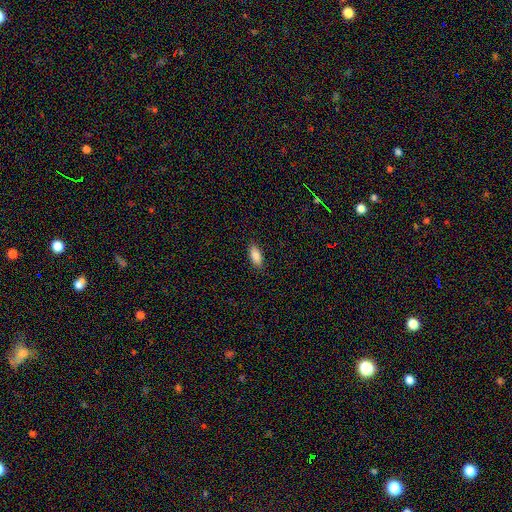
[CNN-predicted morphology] Smooth or featured? smooth (88%)
How rounded? in between (85%)
Merging? none (88%)